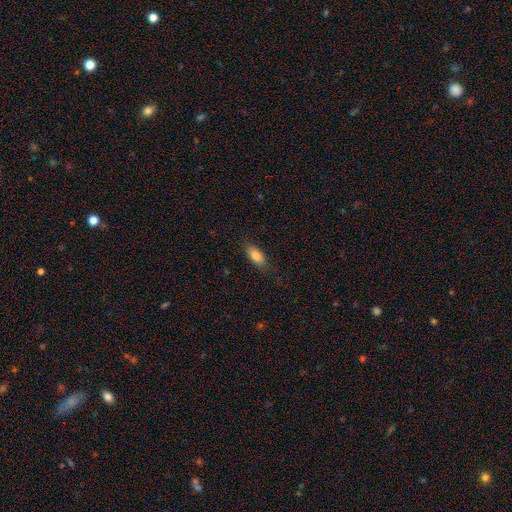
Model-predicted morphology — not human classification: A smooth galaxy with no disk features (81%) that is in between round and cigar-shaped (84%). Merging: none (79%).